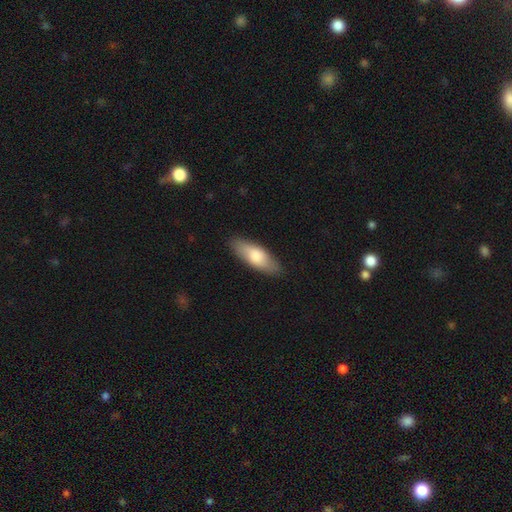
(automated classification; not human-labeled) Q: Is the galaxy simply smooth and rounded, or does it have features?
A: smooth — 72%.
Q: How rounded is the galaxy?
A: in between — 64%.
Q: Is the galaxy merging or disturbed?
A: none — 87%.